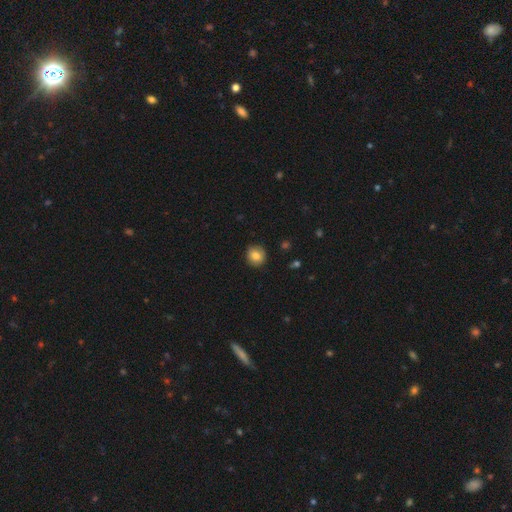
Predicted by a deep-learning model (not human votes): The model was most divided on "how rounded": round: 86%, in between: 13%, cigar-shaped: 1%. More confident: merging — none (88%); smooth or featured — smooth (82%).